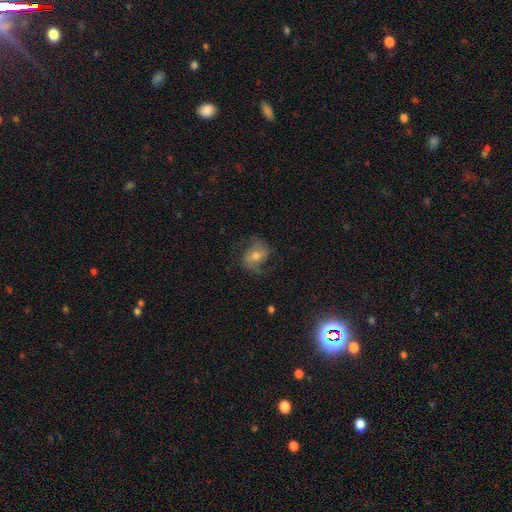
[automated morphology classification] smooth-or-featured: featured or disk: 60% | smooth: 30% | star or artifact: 9%
  disk-edge-on: no: 97% | yes: 3%
    bar: no: 49% | weak: 38% | strong: 13%
    has-spiral-arms: yes: 88% | no: 12%
      spiral-winding: loose: 49% | medium: 40% | tight: 11%
      spiral-arm-count: 2: 86% | can't tell: 6% | 1: 4% | 3: 1% | 4: 1% | more than 4: 1%
    bulge-size: moderate: 62% | small: 27% | large: 7% | none: 2% | dominant: 1%
  merging: none: 66% | minor disturbance: 20% | major disturbance: 13% | merger: 1%